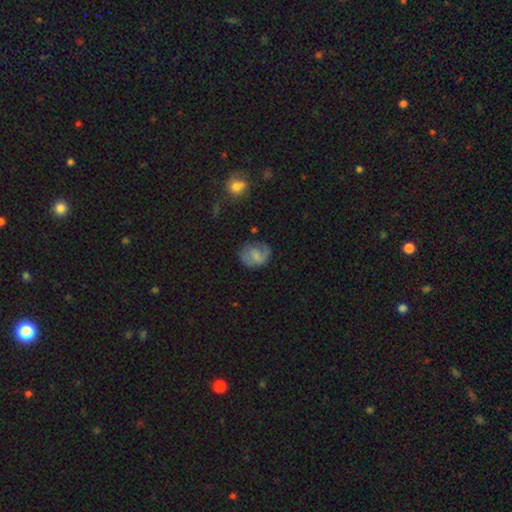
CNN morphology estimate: Smooth or featured? Predicted: smooth (p=0.58). How rounded? Predicted: round (p=0.66). Merging? Predicted: none (p=0.62).